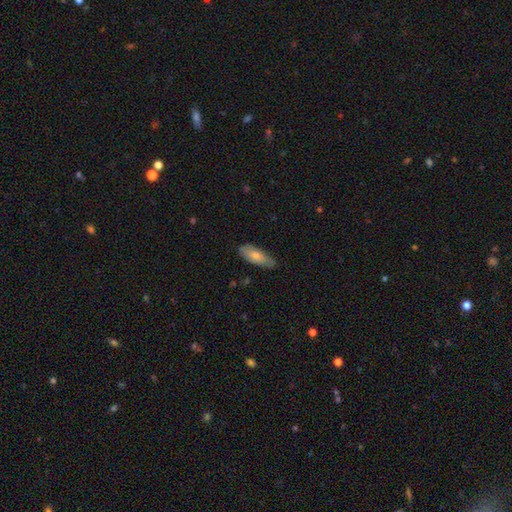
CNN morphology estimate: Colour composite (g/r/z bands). It shows a smooth galaxy with no disk features (74%) that is in between round and cigar-shaped (67%). Merging: none (76%).